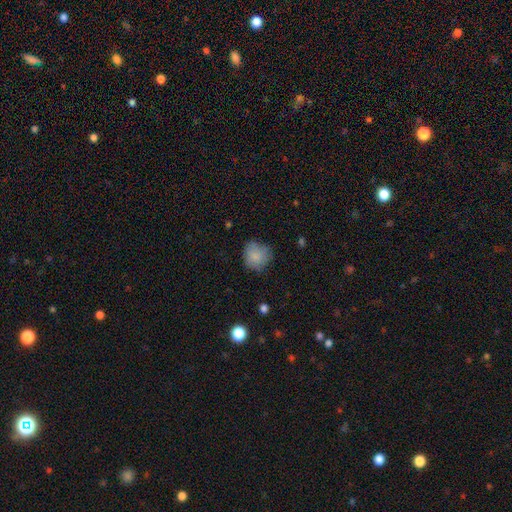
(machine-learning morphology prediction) smooth_or_featured: smooth (p=0.83) [alt: featured or disk p=0.09]
how_rounded: round (p=0.85) [alt: in between p=0.14]
merging: none (p=0.69) [alt: minor disturbance p=0.23]